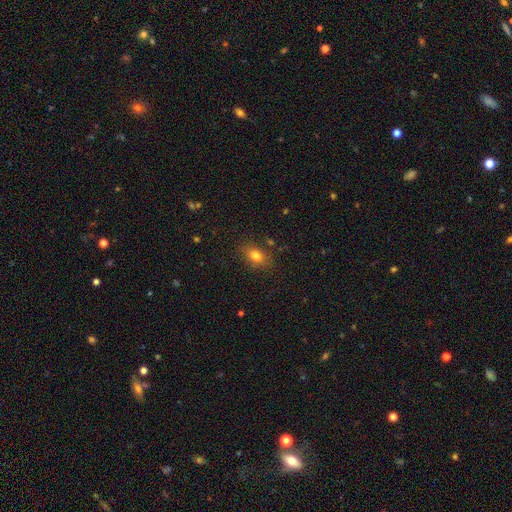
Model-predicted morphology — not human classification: Smooth or featured? smooth (79%)
How rounded? in between (78%)
Merging? none (82%)